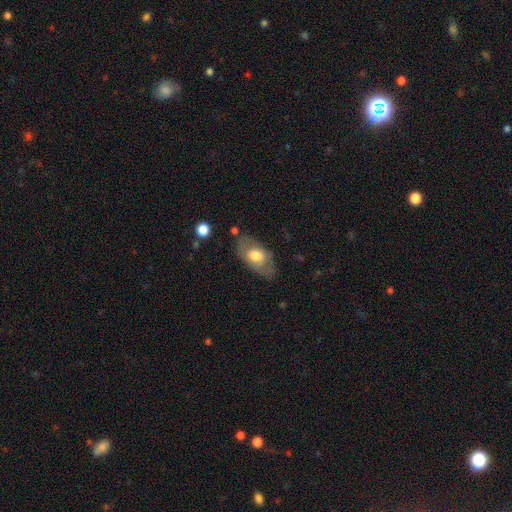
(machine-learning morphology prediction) Overall: smooth (60%; featured or disk 34%). How rounded: in between (90%). Merging: none (66%).